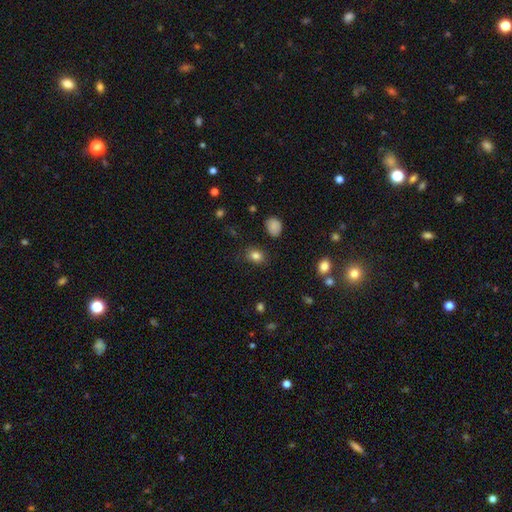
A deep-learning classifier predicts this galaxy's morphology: A smooth galaxy with no disk features (83%) that is in between round and cigar-shaped (54%).

Vote fractions:
- Smooth or featured? smooth: 83% / star or artifact: 11% / featured or disk: 6%
- How rounded? in between: 54% / round: 45% / cigar-shaped: 1%
- Merging? none: 82% / minor disturbance: 12% / major disturbance: 3% / merger: 2%